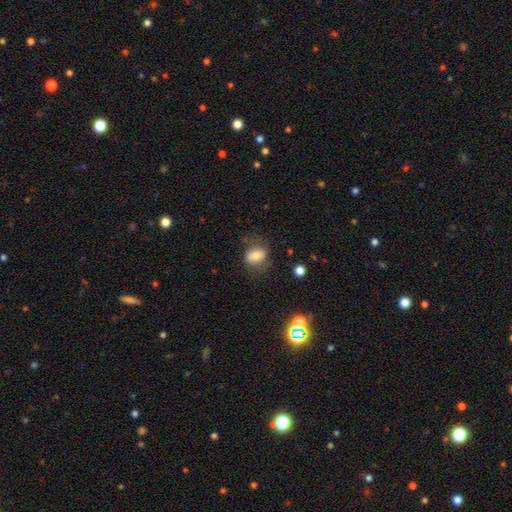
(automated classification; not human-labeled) This is likely a smooth galaxy (68%). How rounded: likely in between (70%). Merging: likely none (63%).